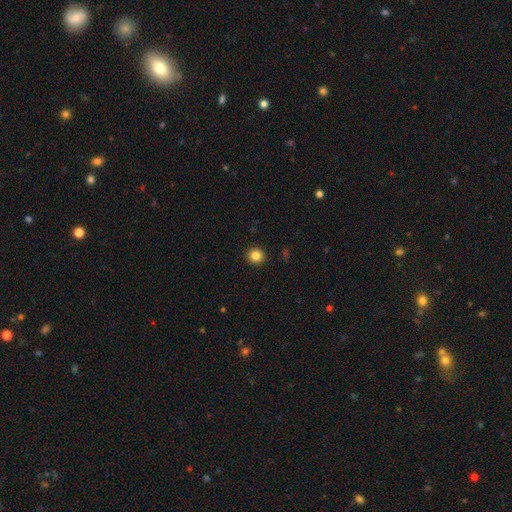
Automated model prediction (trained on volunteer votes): smooth-or-featured: smooth: 84% | star or artifact: 11% | featured or disk: 5%
  how-rounded: round: 93% | in between: 6% | cigar-shaped: 1%
  merging: none: 93% | minor disturbance: 4% | major disturbance: 2% | merger: 1%